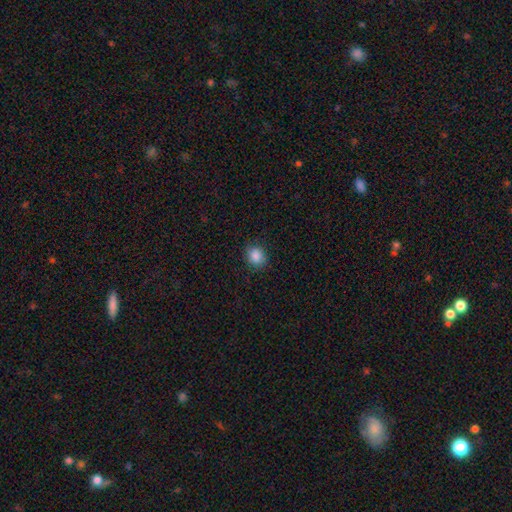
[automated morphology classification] A smooth galaxy with no disk features (87%) that is round (73%). Merging: none (85%).